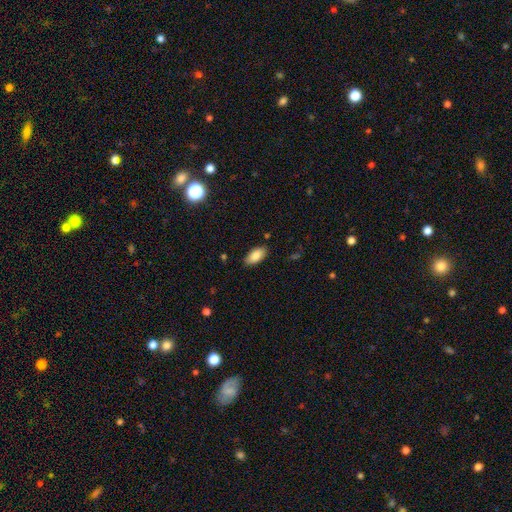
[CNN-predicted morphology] smooth-or-featured: smooth: 86% | featured or disk: 8% | star or artifact: 7%
  how-rounded: in between: 91% | cigar-shaped: 7% | round: 2%
  merging: none: 85% | minor disturbance: 11% | major disturbance: 2% | merger: 1%